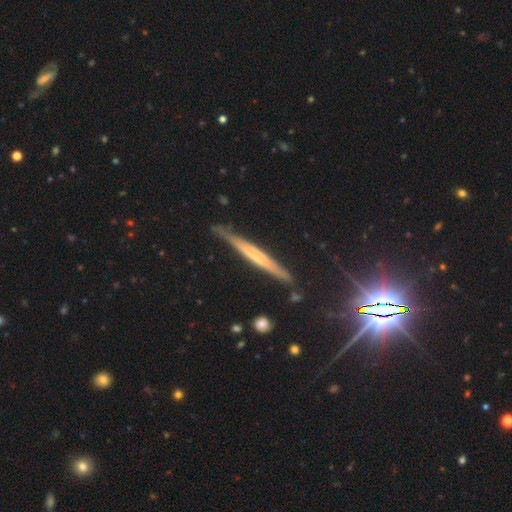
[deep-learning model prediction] This is possibly a featured or disk galaxy (60%). It is clearly viewed edge-on (95%). Edge-on bulge: likely none (61%). Merging: clearly none (83%).